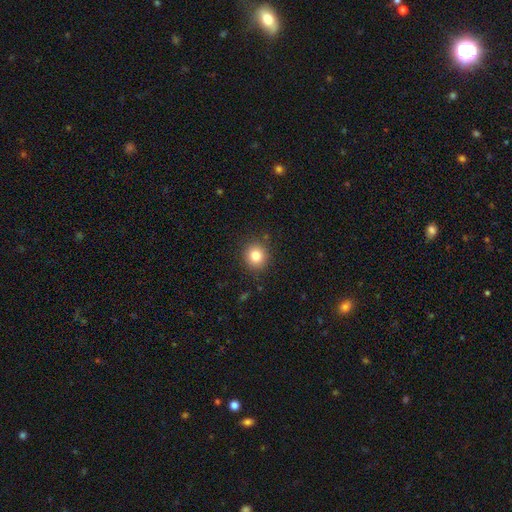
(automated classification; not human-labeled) Smooth or featured?
  - smooth: 82% *
  - star or artifact: 11%
  - featured or disk: 7%
How rounded?
  - round: 88% *
  - in between: 11%
  - cigar-shaped: 1%
Merging?
  - none: 89% *
  - minor disturbance: 7%
  - major disturbance: 2%
  - merger: 1%